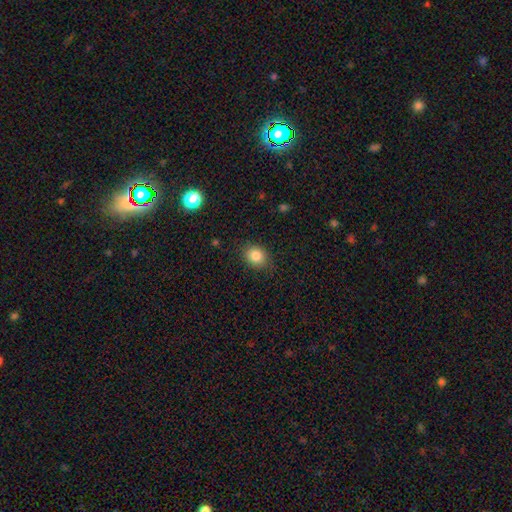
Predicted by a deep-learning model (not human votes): A smooth galaxy with no disk features (85%) that is round (55%).

Vote fractions:
- Smooth or featured? smooth: 85% / star or artifact: 10% / featured or disk: 6%
- How rounded? round: 55% / in between: 44% / cigar-shaped: 1%
- Merging? none: 84% / minor disturbance: 11% / major disturbance: 3% / merger: 1%